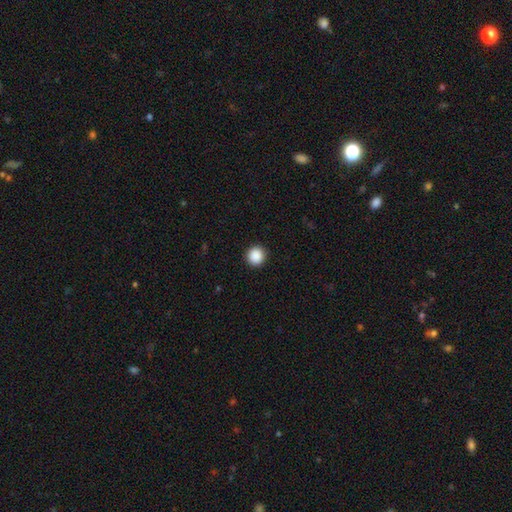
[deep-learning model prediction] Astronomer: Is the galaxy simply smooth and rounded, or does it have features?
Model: smooth — 89%.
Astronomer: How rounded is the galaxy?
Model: round — 95%.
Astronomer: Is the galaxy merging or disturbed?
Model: none — 93%.